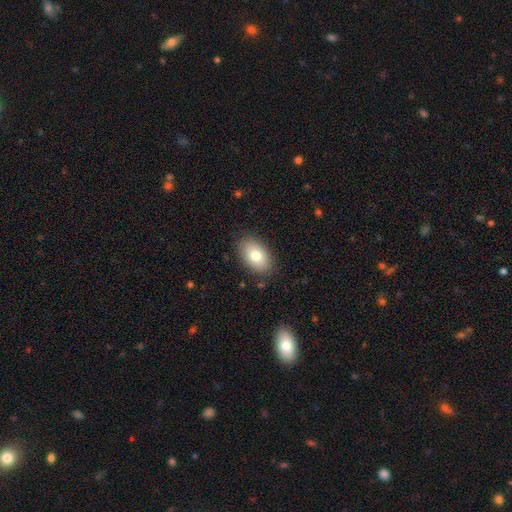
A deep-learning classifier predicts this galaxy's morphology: smooth-or-featured: smooth: 78% | featured or disk: 14% | star or artifact: 8%
  how-rounded: in between: 90% | round: 8% | cigar-shaped: 1%
  merging: none: 85% | minor disturbance: 11% | major disturbance: 3% | merger: 1%